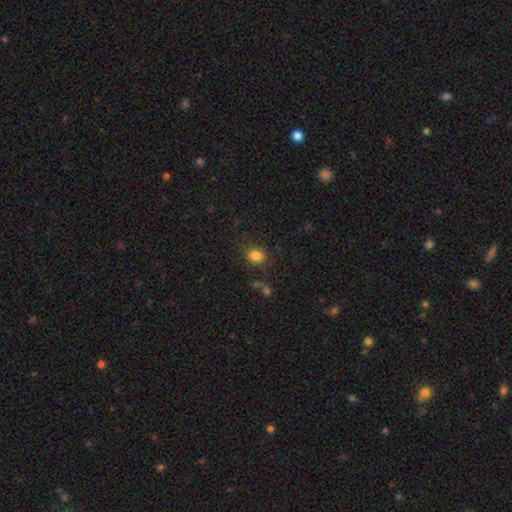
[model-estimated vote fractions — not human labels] smooth_or_featured: smooth (p=0.82) [alt: star or artifact p=0.12]
how_rounded: round (p=0.60) [alt: in between p=0.39]
merging: none (p=0.79) [alt: minor disturbance p=0.13]